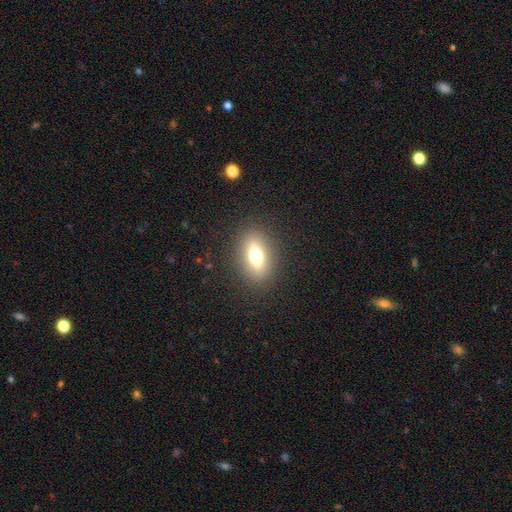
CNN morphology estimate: The model was most divided on "smooth or featured": smooth: 66%, featured or disk: 22%, star or artifact: 11%. More confident: merging — none (87%); how rounded — in between (75%).